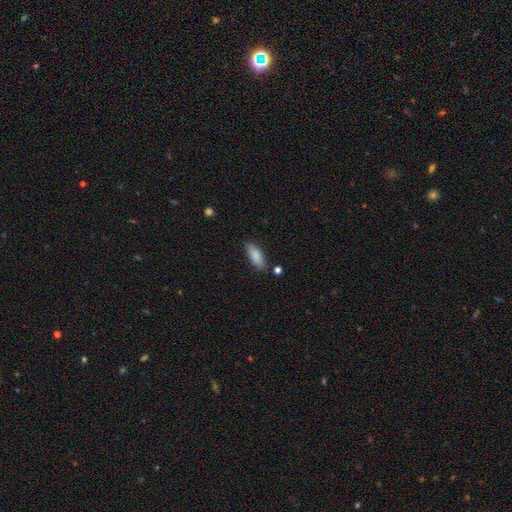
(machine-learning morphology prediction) A smooth galaxy with no disk features (86%) that is in between round and cigar-shaped (73%).

Vote fractions:
- Smooth or featured? smooth: 86% / featured or disk: 8% / star or artifact: 6%
- How rounded? in between: 73% / cigar-shaped: 25% / round: 2%
- Merging? none: 82% / minor disturbance: 12% / merger: 3% / major disturbance: 3%